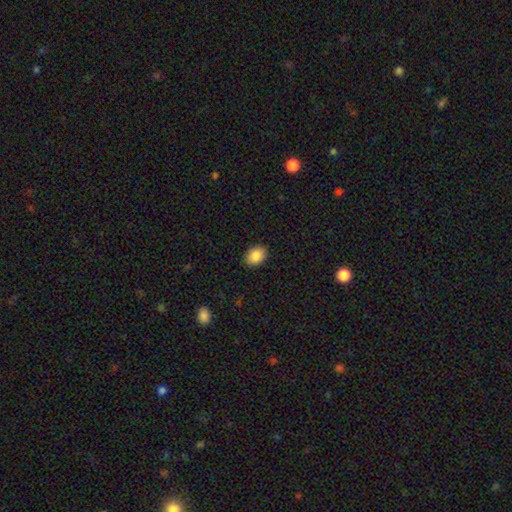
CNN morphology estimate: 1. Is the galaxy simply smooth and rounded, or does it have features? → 87% smooth, 8% star or artifact, 5% featured or disk.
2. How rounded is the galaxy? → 72% in between, 27% round, 1% cigar-shaped.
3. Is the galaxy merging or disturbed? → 90% none, 8% minor disturbance, 2% major disturbance, 1% merger.